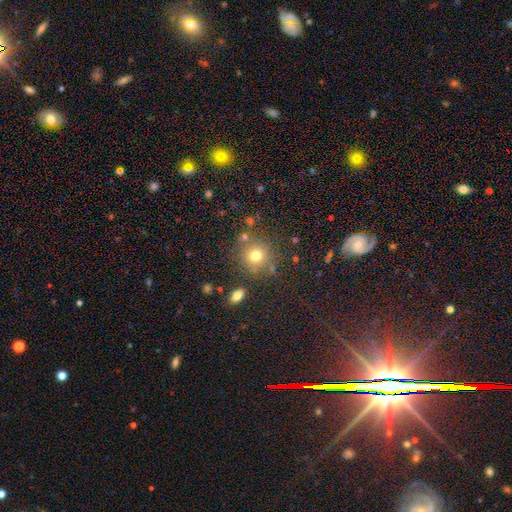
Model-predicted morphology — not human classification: type=smooth (74%); roundness=round (90%); merging=none (78%).